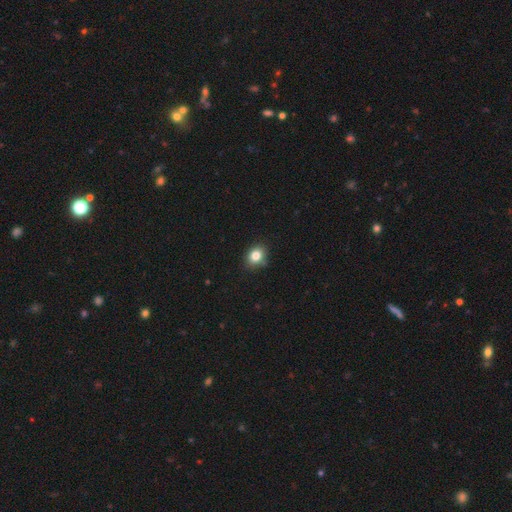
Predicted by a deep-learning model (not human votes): Smooth or featured? Predicted: smooth (p=0.82). How rounded? Predicted: round (p=0.53). Merging? Predicted: none (p=0.81).